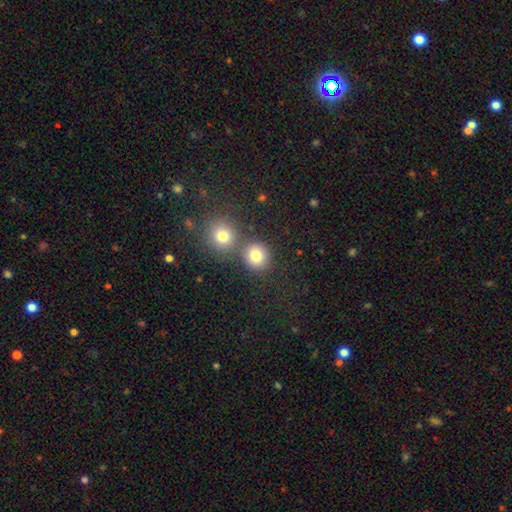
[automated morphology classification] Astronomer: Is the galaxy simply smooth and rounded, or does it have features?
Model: smooth — 80%.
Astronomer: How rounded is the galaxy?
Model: round — 86%.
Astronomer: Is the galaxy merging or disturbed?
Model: none — 68%.